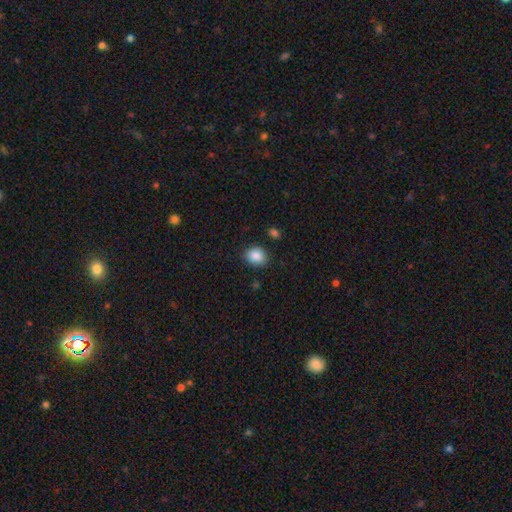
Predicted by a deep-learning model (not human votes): Overall: smooth (88%). How rounded: round (51%; in between 49%). Merging: none (85%).